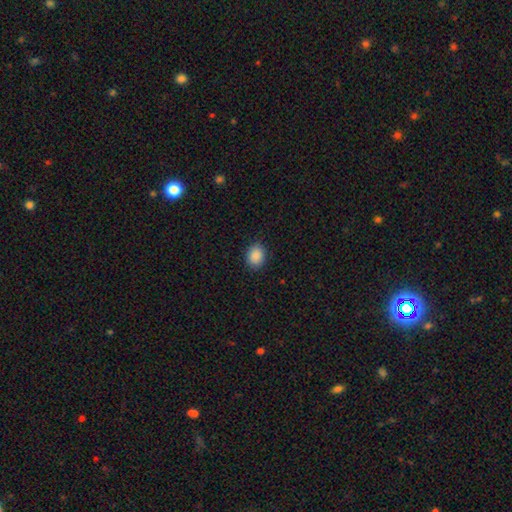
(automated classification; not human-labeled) Smooth or featured: smooth — 89% (star or artifact — 8%)
How rounded: round — 51% (in between — 48%)
Merging: none — 89% (minor disturbance — 8%)